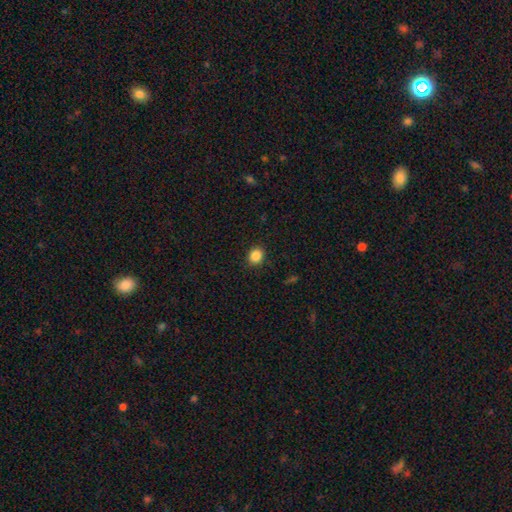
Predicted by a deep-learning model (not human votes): Smooth or featured: smooth — 86% (star or artifact — 10%)
How rounded: round — 72% (in between — 27%)
Merging: none — 90% (minor disturbance — 7%)